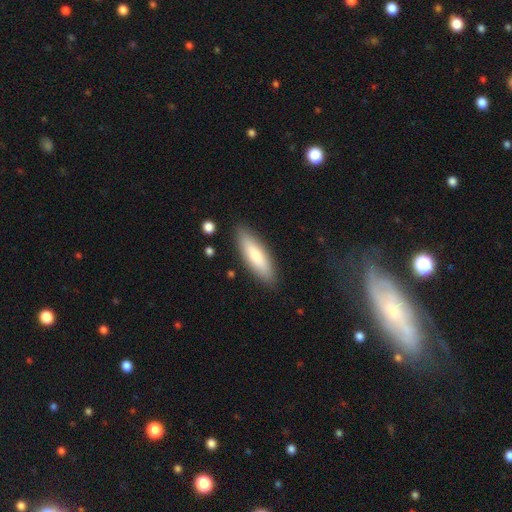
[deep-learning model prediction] Overall: smooth (73%). How rounded: cigar-shaped (53%; in between 45%). Merging: none (87%).